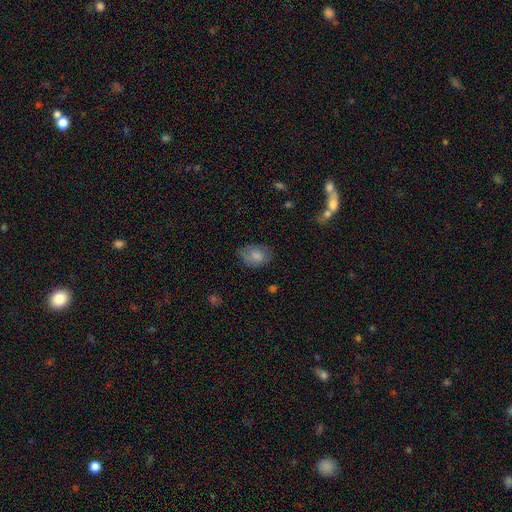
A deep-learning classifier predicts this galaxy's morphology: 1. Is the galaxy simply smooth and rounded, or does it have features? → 78% smooth, 14% featured or disk, 8% star or artifact.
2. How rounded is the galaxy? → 79% in between, 19% round, 1% cigar-shaped.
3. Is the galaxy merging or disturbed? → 67% none, 24% minor disturbance, 8% major disturbance, 2% merger.